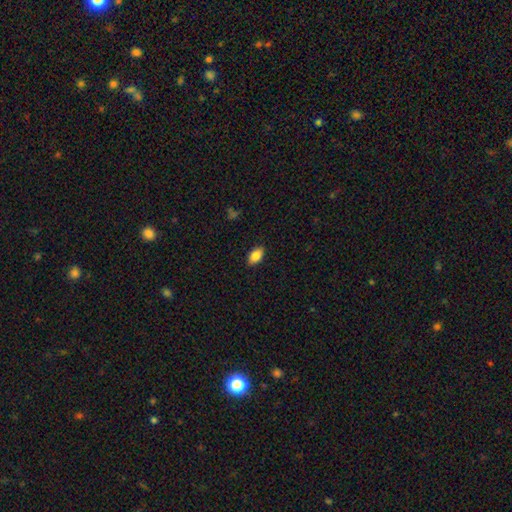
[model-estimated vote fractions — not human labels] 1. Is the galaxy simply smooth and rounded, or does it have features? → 86% smooth, 8% star or artifact, 6% featured or disk.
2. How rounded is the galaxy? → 91% in between, 7% round, 2% cigar-shaped.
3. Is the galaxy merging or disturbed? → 88% none, 9% minor disturbance, 2% major disturbance, 1% merger.